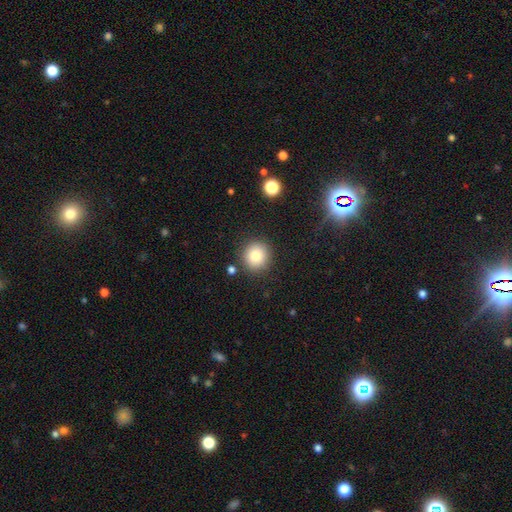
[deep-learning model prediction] smooth 81%, star or artifact 11%, featured or disk 8%. Down the decision tree: how rounded — round (92%); merging — none (87%).